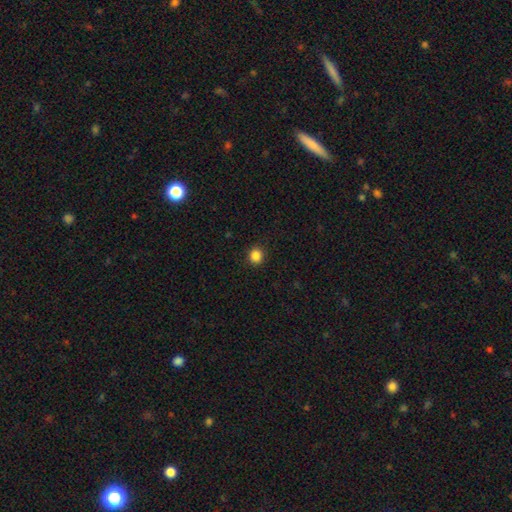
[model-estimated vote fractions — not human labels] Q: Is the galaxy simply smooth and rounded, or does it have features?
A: smooth — 86%.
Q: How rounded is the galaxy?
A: round — 87%.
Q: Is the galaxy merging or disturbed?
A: none — 91%.